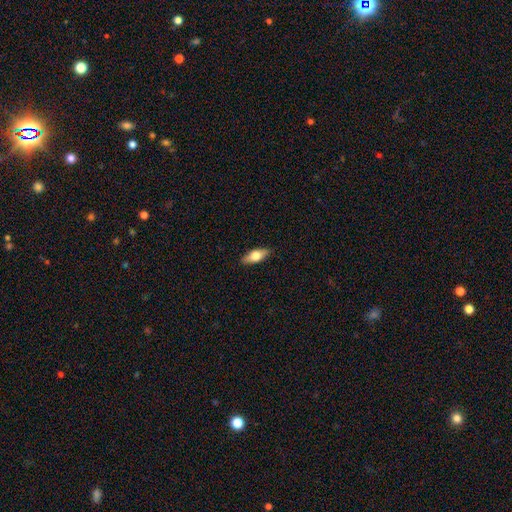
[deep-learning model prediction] smooth-or-featured: smooth: 61% | featured or disk: 33% | star or artifact: 6%
  how-rounded: in between: 72% | cigar-shaped: 25% | round: 3%
  merging: none: 88% | minor disturbance: 9% | major disturbance: 2% | merger: 1%